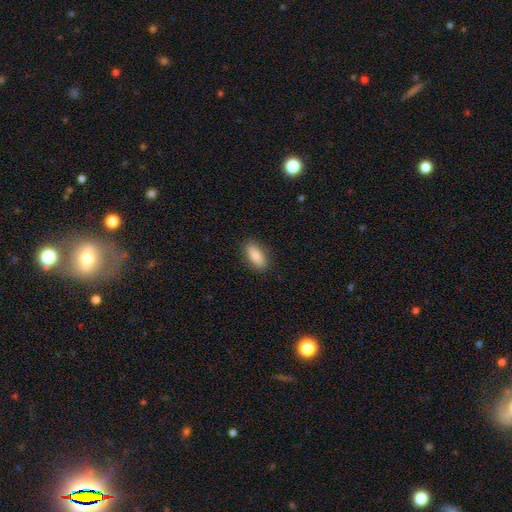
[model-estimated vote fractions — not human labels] smooth_or_featured: smooth (p=0.80) [alt: featured or disk p=0.13]
how_rounded: in between (p=0.81) [alt: cigar-shaped p=0.16]
merging: none (p=0.86) [alt: minor disturbance p=0.10]